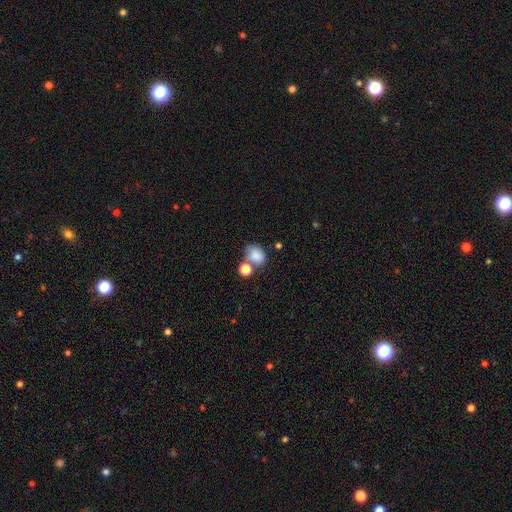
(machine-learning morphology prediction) A smooth galaxy with no disk features (83%) that is in between round and cigar-shaped (58%). Merging: none (49%).